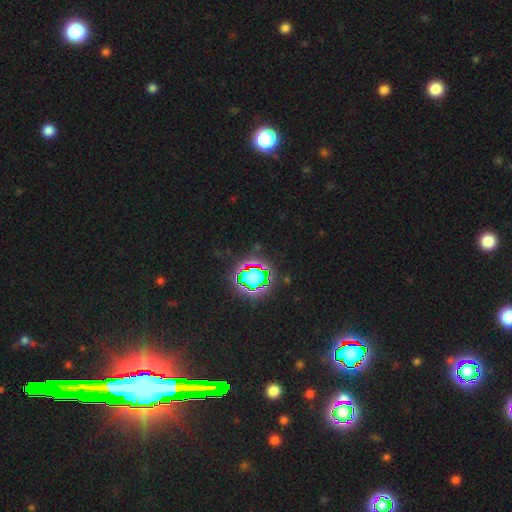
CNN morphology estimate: Smooth or featured? Predicted: star or artifact (p=0.81).